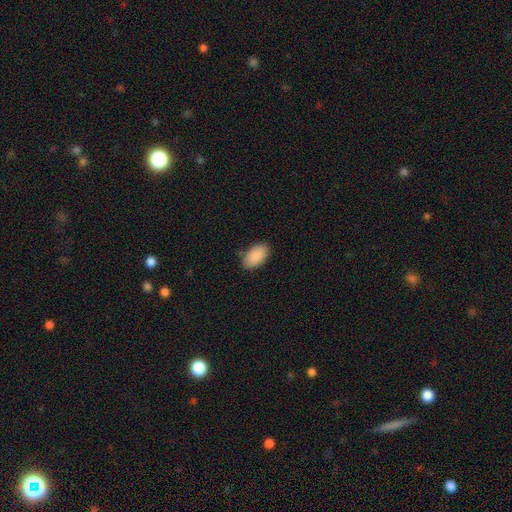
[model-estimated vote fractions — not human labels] A smooth galaxy with no disk features (90%) that is in between round and cigar-shaped (95%). Merging: none (85%).